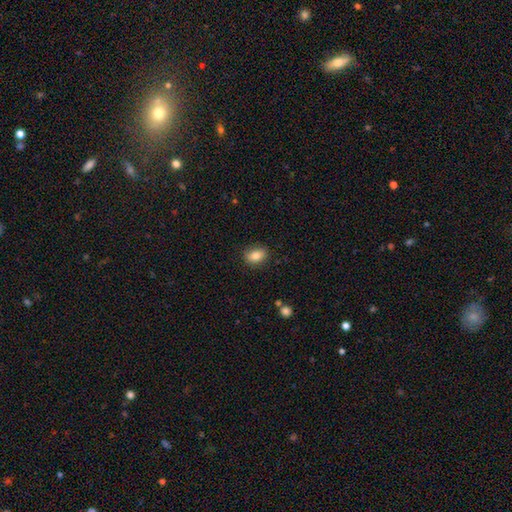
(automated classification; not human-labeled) Smooth or featured?
  - smooth: 81% *
  - featured or disk: 10%
  - star or artifact: 9%
How rounded?
  - in between: 70% *
  - round: 28%
  - cigar-shaped: 2%
Merging?
  - none: 86% *
  - minor disturbance: 10%
  - major disturbance: 2%
  - merger: 1%